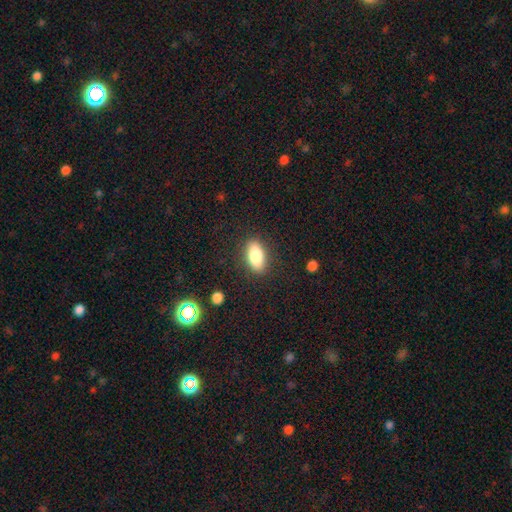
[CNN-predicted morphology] A smooth galaxy with no disk features (82%) that is in between round and cigar-shaped (87%). Merging: none (85%).